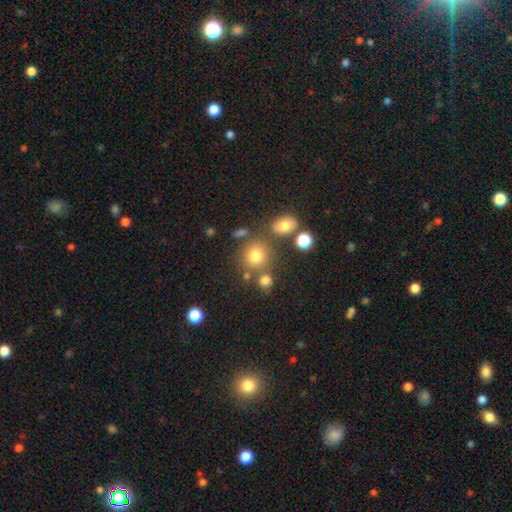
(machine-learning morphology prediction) Smooth or featured?
  - smooth: 75% *
  - star or artifact: 16%
  - featured or disk: 9%
How rounded?
  - round: 84% *
  - in between: 15%
  - cigar-shaped: 1%
Merging?
  - none: 70% *
  - merger: 14%
  - minor disturbance: 11%
  - major disturbance: 5%